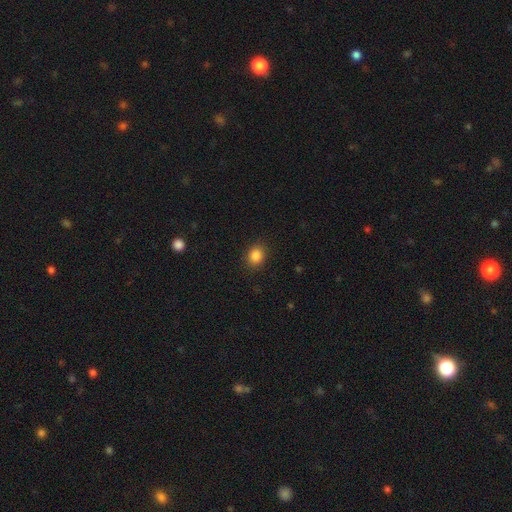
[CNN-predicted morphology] Smooth or featured?
  - smooth: 86% *
  - star or artifact: 10%
  - featured or disk: 4%
How rounded?
  - round: 54% *
  - in between: 45%
  - cigar-shaped: 1%
Merging?
  - none: 89% *
  - minor disturbance: 8%
  - major disturbance: 2%
  - merger: 1%